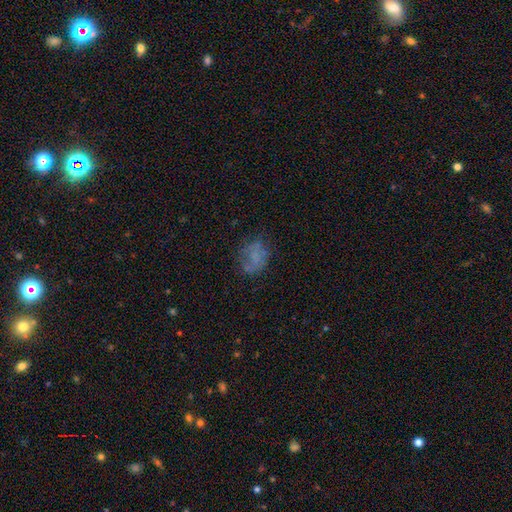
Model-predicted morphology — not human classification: Smooth or featured: smooth — 52% (featured or disk — 32%)
How rounded: in between — 53% (round — 46%)
Merging: none — 56% (minor disturbance — 22%)